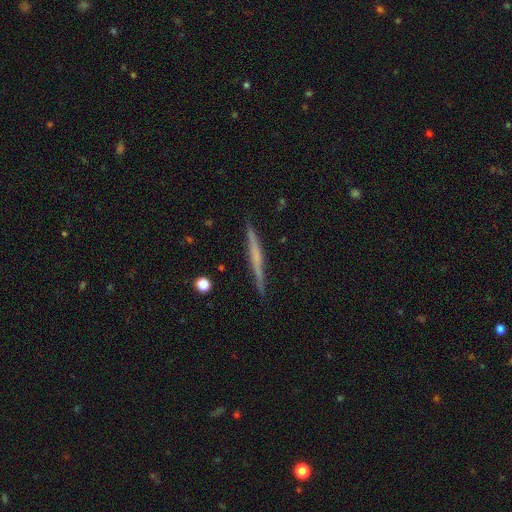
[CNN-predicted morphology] Smooth or featured: featured or disk — 56% (smooth — 38%)
Edge-on disk: yes — 97% (no — 3%)
Edge-on bulge: none — 74% (rounded — 18%)
Merging: none — 90% (minor disturbance — 7%)